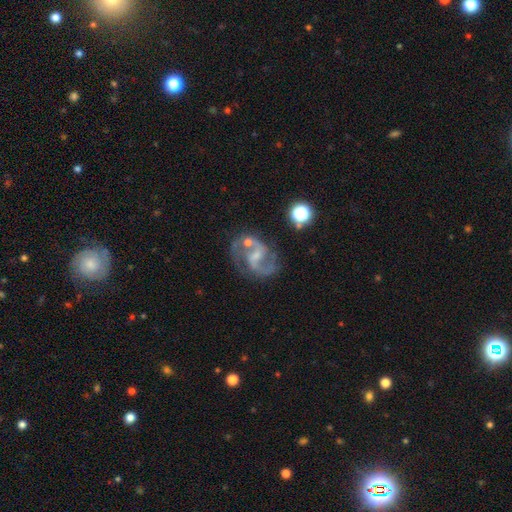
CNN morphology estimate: Smooth or featured? featured or disk (87%)
Edge-on disk? no (98%)
Bar? weak (53%)
Spiral arms? yes (96%)
Spiral winding? medium (57%)
Spiral arm count? 2 (90%)
Bulge size? small (57%)
Merging? none (63%)